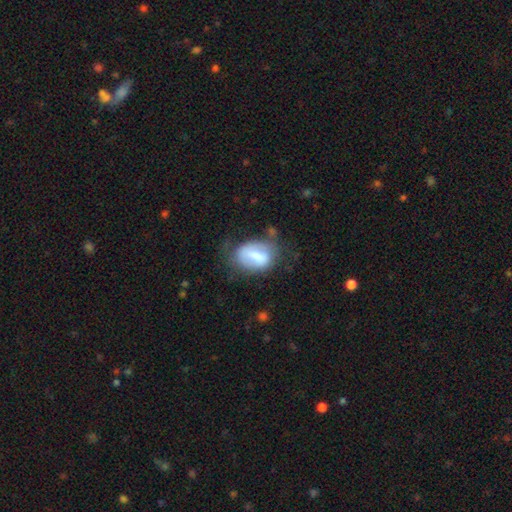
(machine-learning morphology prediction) Q: Smooth or featured?
A: smooth (52%); runner-up: featured or disk (40%)
Q: How rounded?
A: in between (82%); runner-up: round (15%)
Q: Merging?
A: none (51%); runner-up: minor disturbance (29%)